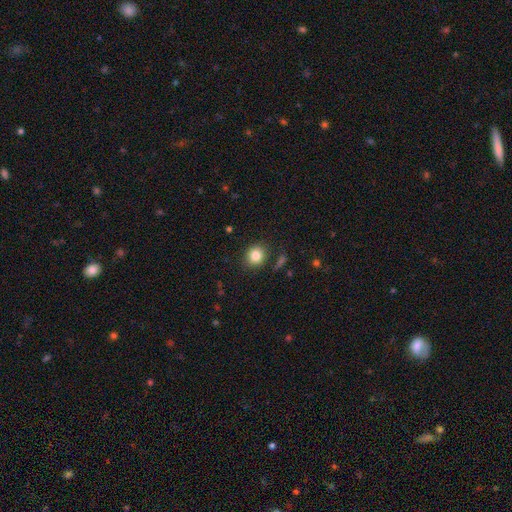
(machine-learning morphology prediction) smooth-or-featured: smooth: 84% | star or artifact: 10% | featured or disk: 6%
  how-rounded: round: 77% | in between: 22% | cigar-shaped: 1%
  merging: none: 84% | minor disturbance: 10% | major disturbance: 3% | merger: 3%